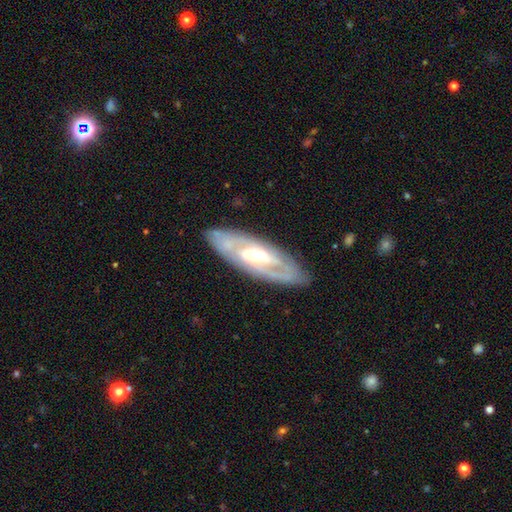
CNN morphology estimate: A featured or disk galaxy (77%) with no bar (39%), spiral arms (67%) and a moderate central bulge (68%).

Vote fractions:
- Smooth or featured? featured or disk: 77% / smooth: 18% / star or artifact: 5%
- Edge-on disk? no: 82% / yes: 18%
- Bar? no: 39% / weak: 37% / strong: 24%
- Spiral arms? yes: 67% / no: 33%
- Bulge size? moderate: 68% / large: 15% / small: 15% / dominant: 1% / none: 1%
- Merging? none: 82% / minor disturbance: 13% / major disturbance: 4% / merger: 1%